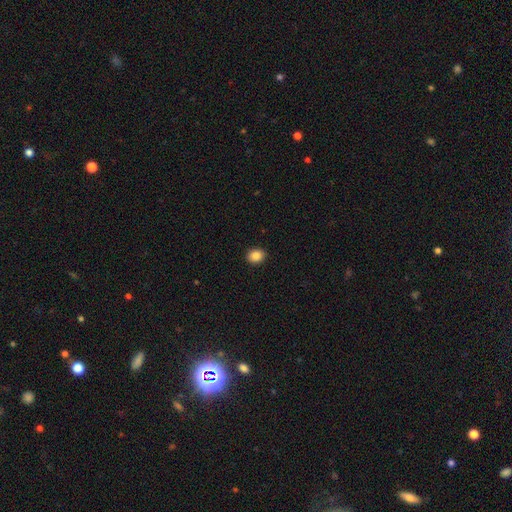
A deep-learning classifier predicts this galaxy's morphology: Smooth or featured? smooth (87%)
How rounded? round (58%)
Merging? none (92%)